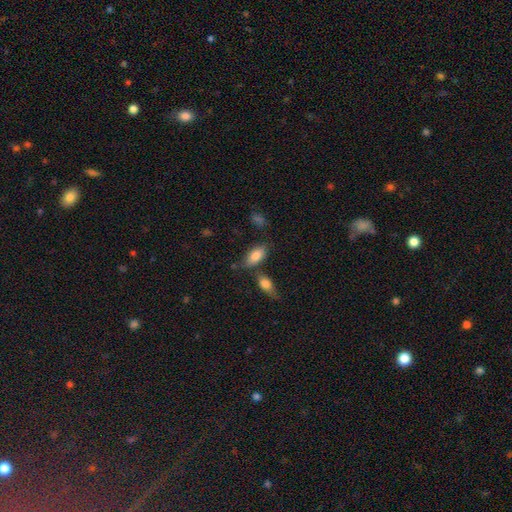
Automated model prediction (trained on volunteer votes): Smooth or featured: smooth — 83% (featured or disk — 10%)
How rounded: in between — 90% (cigar-shaped — 7%)
Merging: none — 63% (minor disturbance — 17%)